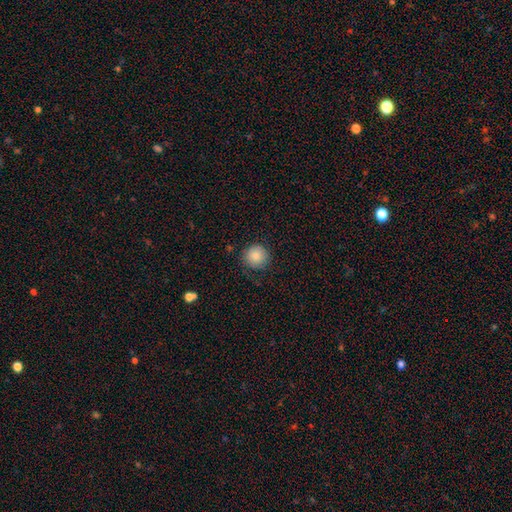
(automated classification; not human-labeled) Overall: smooth (85%). How rounded: round (93%). Merging: none (84%).